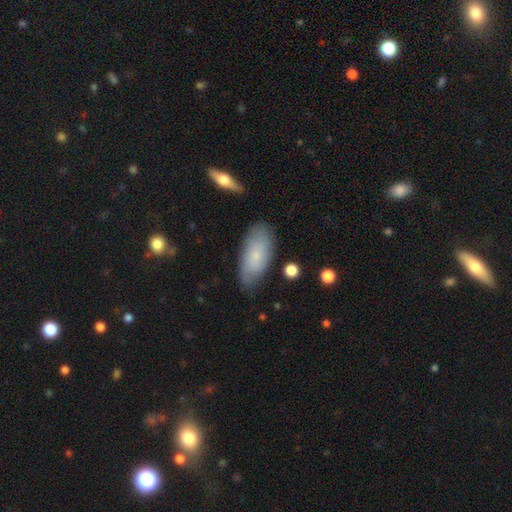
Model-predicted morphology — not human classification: Smooth or featured: smooth — 72% (featured or disk — 22%)
How rounded: in between — 89% (cigar-shaped — 9%)
Merging: none — 74% (minor disturbance — 20%)